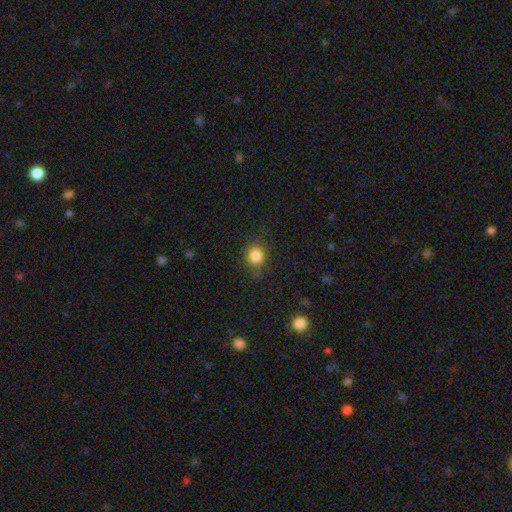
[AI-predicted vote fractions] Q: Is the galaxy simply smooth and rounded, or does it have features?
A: smooth — 83%.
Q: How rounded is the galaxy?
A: round — 84%.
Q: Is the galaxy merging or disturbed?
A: none — 79%.